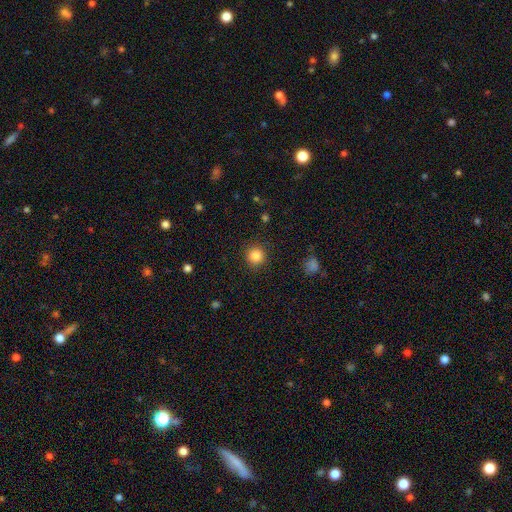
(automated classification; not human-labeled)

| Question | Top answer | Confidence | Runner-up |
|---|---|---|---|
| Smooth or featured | smooth | 85% | star or artifact (11%) |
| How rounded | round | 94% | in between (5%) |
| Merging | none | 90% | minor disturbance (6%) |